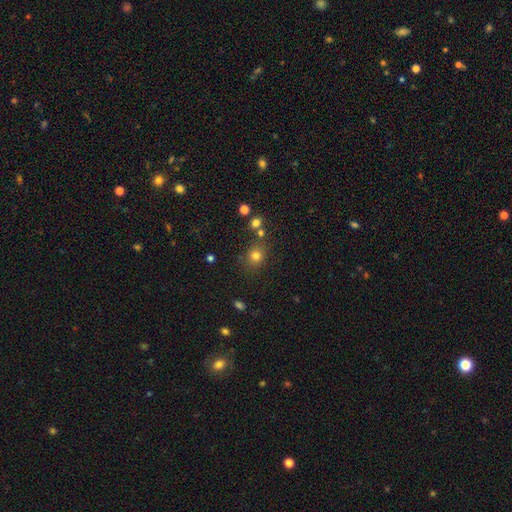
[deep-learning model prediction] Smooth or featured? smooth (76%)
How rounded? round (77%)
Merging? none (75%)